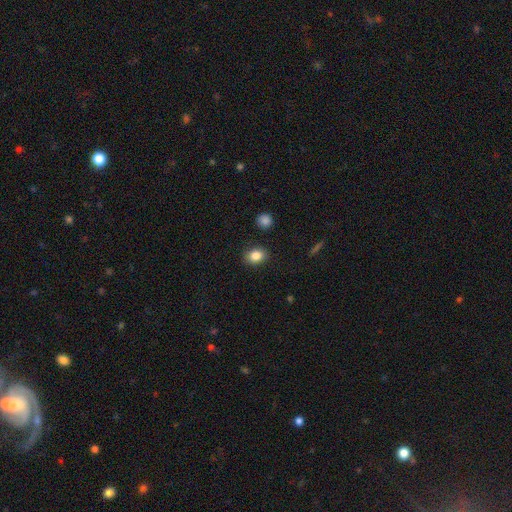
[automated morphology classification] smooth-or-featured: smooth: 84% | star or artifact: 10% | featured or disk: 6%
  how-rounded: in between: 55% | round: 44% | cigar-shaped: 1%
  merging: none: 88% | minor disturbance: 8% | major disturbance: 2% | merger: 2%